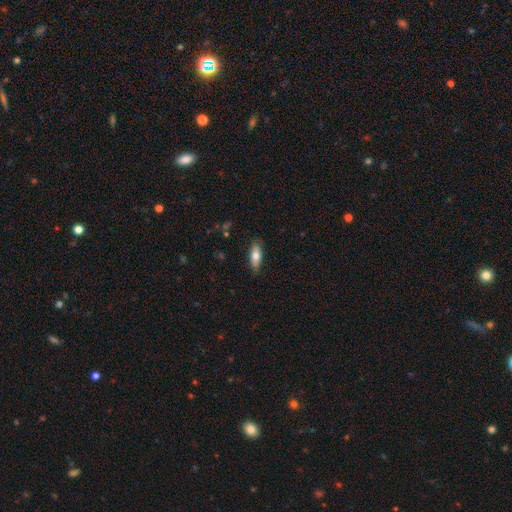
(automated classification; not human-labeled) This appears to be a smooth galaxy with no disk features (72%) that is in between round and cigar-shaped (69%). Merging: none (86%).